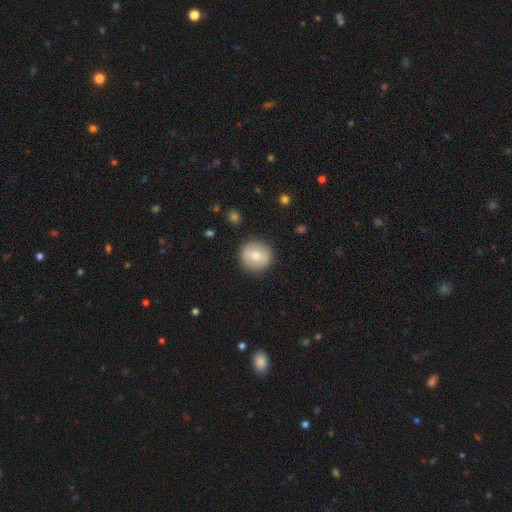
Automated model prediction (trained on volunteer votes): smooth 69%, featured or disk 24%, star or artifact 7%. Down the decision tree: how rounded — round (93%); merging — none (88%).